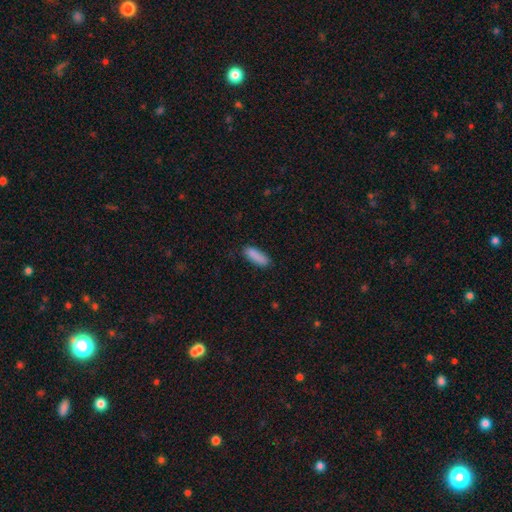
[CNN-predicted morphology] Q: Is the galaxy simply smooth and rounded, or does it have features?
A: smooth — 88%.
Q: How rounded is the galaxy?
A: in between — 57%.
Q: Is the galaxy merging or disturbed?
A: none — 82%.